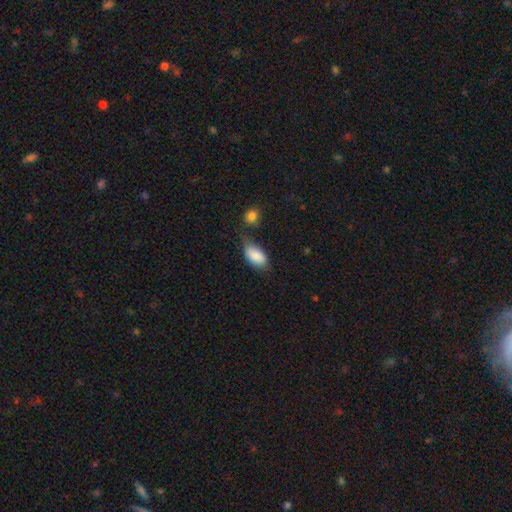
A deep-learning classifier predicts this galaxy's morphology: The model was most divided on "merging": none: 47%, minor disturbance: 31%, merger: 13%, major disturbance: 9%. More confident: how rounded — in between (93%); smooth or featured — smooth (86%).